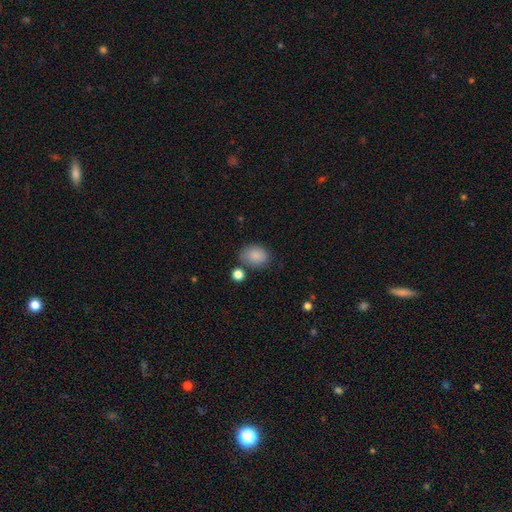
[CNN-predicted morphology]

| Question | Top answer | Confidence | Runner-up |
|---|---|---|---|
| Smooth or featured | smooth | 86% | star or artifact (8%) |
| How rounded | in between | 64% | round (35%) |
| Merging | none | 67% | minor disturbance (20%) |